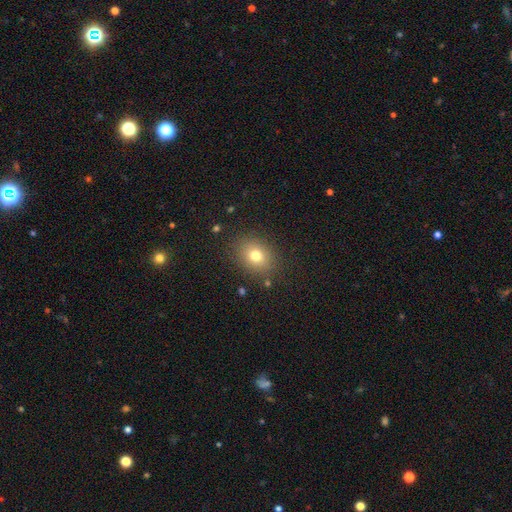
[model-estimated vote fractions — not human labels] This is likely a smooth galaxy (76%). How rounded: possibly round (50%). Merging: clearly none (86%).